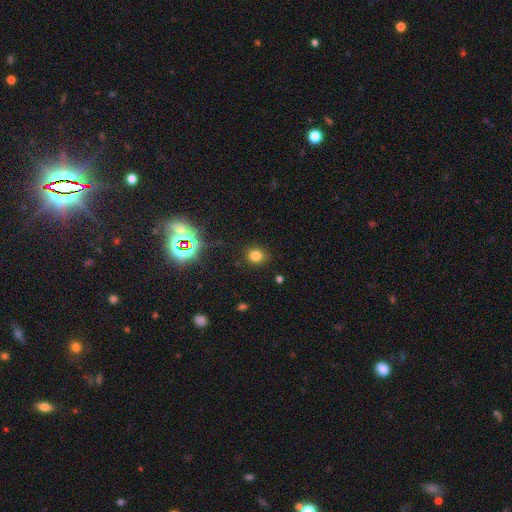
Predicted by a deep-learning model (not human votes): A smooth galaxy with no disk features (75%) that is round (79%).

Vote fractions:
- Smooth or featured? smooth: 75% / star or artifact: 19% / featured or disk: 6%
- How rounded? round: 79% / in between: 20% / cigar-shaped: 1%
- Merging? none: 87% / minor disturbance: 9% / major disturbance: 3% / merger: 2%